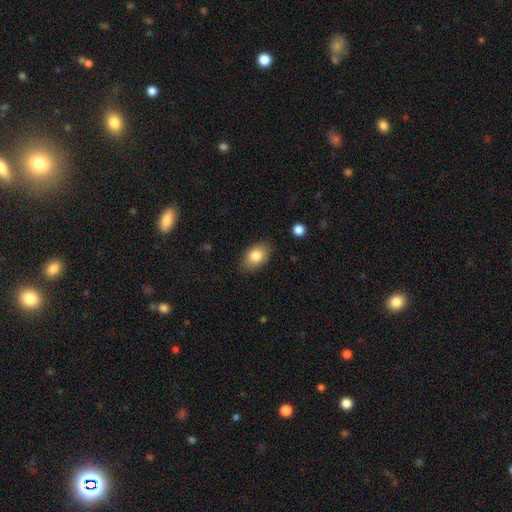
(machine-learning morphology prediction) smooth_or_featured: smooth (p=0.82) [alt: featured or disk p=0.11]
how_rounded: in between (p=0.88) [alt: round p=0.10]
merging: none (p=0.85) [alt: minor disturbance p=0.12]